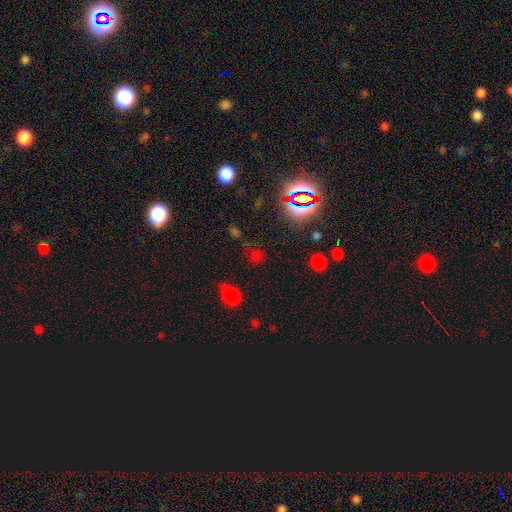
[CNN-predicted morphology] Smooth or featured?
  - star or artifact: 50% *
  - smooth: 42%
  - featured or disk: 8%